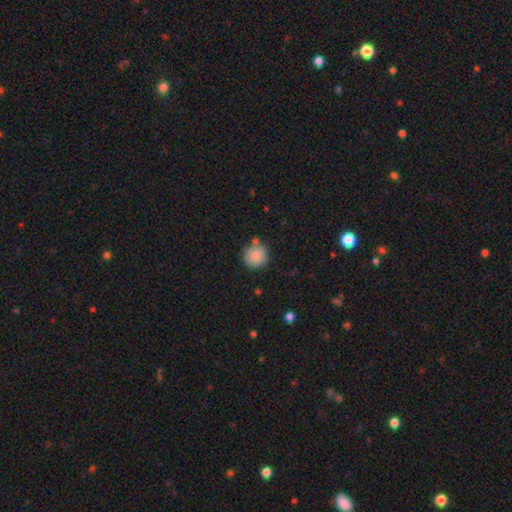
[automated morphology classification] Q: Smooth or featured?
A: smooth (87%); runner-up: star or artifact (8%)
Q: How rounded?
A: round (93%); runner-up: in between (6%)
Q: Merging?
A: none (74%); runner-up: minor disturbance (12%)